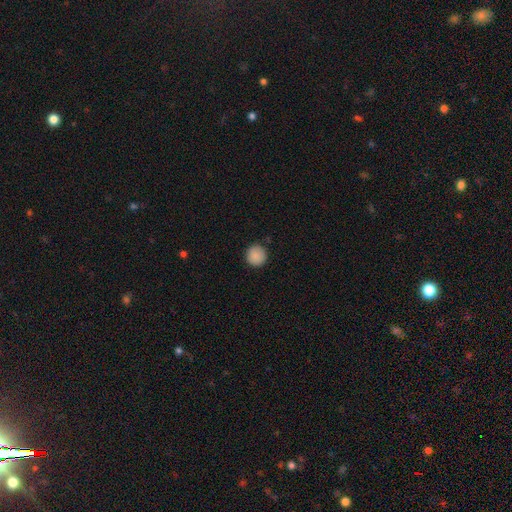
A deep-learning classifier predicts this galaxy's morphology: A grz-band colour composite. It shows a smooth galaxy with no disk features (89%) that is round (95%). Merging: none (90%).